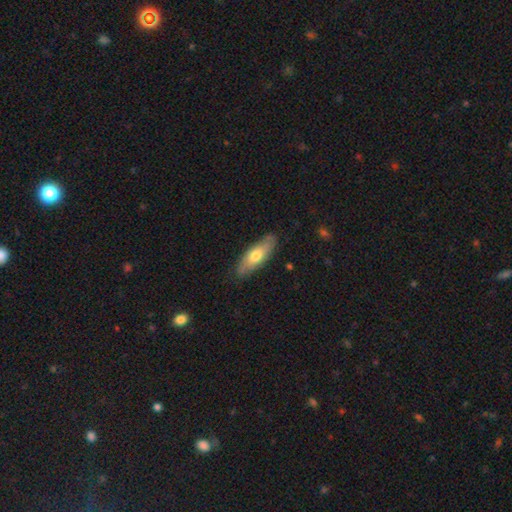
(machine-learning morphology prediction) Smooth or featured? smooth (60%)
How rounded? in between (64%)
Merging? none (82%)